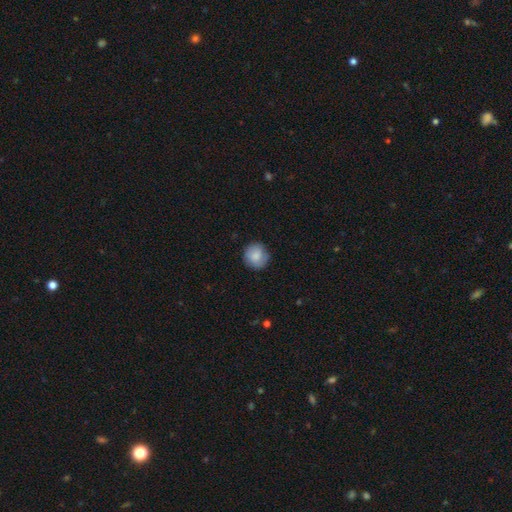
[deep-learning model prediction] Smooth or featured?
  - smooth: 83% *
  - featured or disk: 10%
  - star or artifact: 7%
How rounded?
  - round: 91% *
  - in between: 8%
  - cigar-shaped: 1%
Merging?
  - none: 83% *
  - minor disturbance: 13%
  - major disturbance: 3%
  - merger: 1%